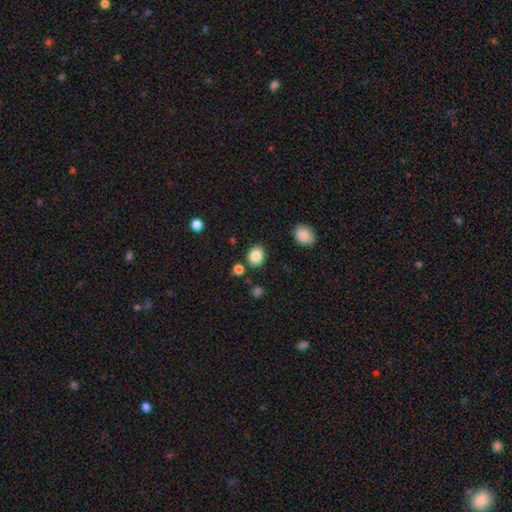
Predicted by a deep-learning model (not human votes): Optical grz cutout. It shows a smooth galaxy with no disk features (86%) that is round (59%). Merging: none (83%).